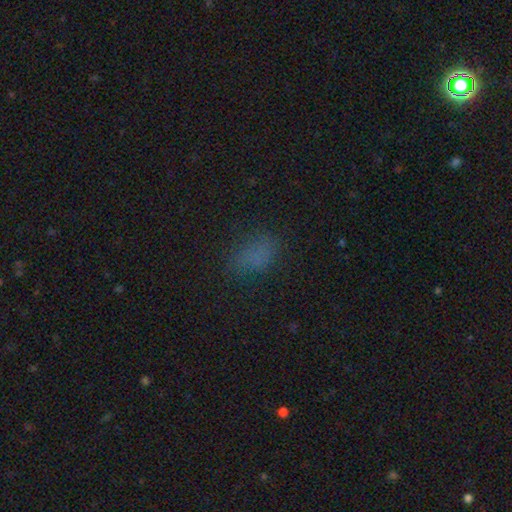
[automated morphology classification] smooth-or-featured: smooth: 72% | star or artifact: 20% | featured or disk: 8%
  how-rounded: in between: 83% | round: 14% | cigar-shaped: 3%
  merging: none: 73% | minor disturbance: 18% | major disturbance: 8% | merger: 2%